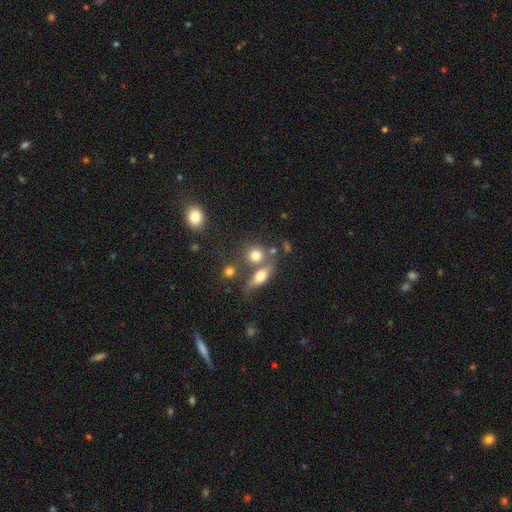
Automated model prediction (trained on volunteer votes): This appears to be a smooth galaxy with no disk features (76%) that is round (76%). Merging: none (55%).